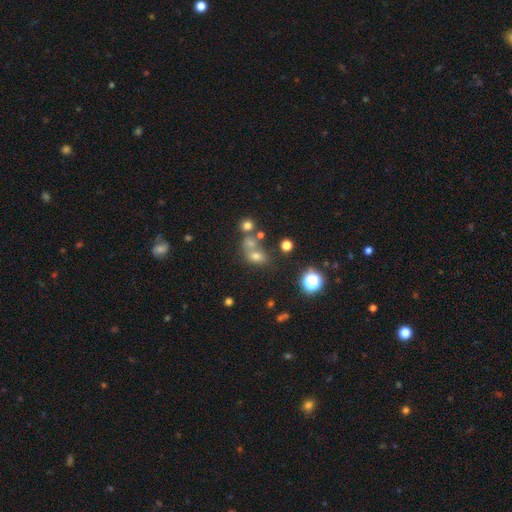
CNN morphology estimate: Smooth or featured? Predicted: smooth (p=0.59). How rounded? Predicted: in between (p=0.53). Merging? Predicted: merger (p=0.40).